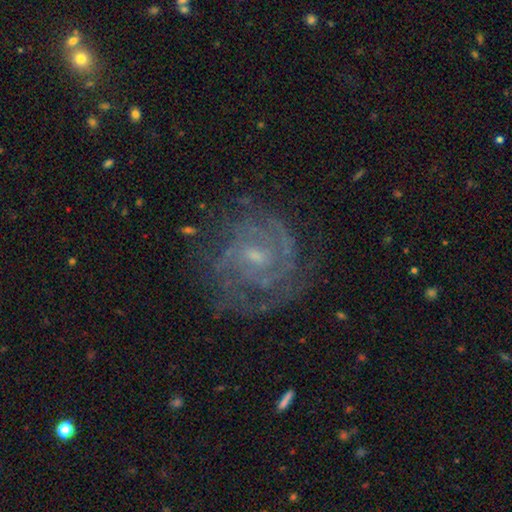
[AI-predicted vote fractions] The model was most divided on "spiral arm count": can't tell: 35%, 2: 29%, 3: 18%, 4: 8%, 1: 5%, more than 4: 5%. More confident: edge-on disk — no (98%); spiral arms — yes (91%); smooth or featured — featured or disk (83%); merging — none (70%); bulge size — small (60%); spiral winding — tight (59%); bar — weak (50%).